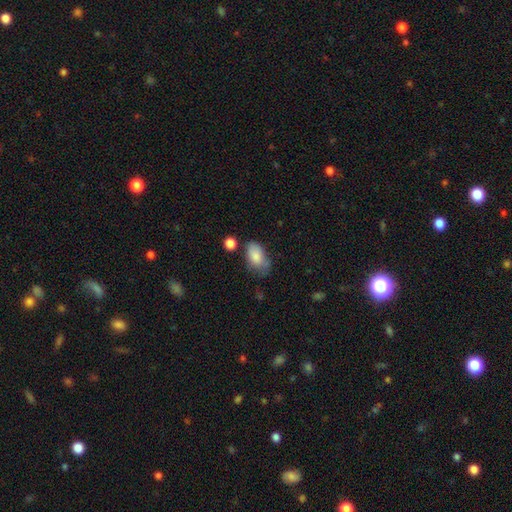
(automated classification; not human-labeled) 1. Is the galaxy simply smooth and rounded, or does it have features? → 81% smooth, 12% featured or disk, 7% star or artifact.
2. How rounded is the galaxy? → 91% in between, 8% round, 2% cigar-shaped.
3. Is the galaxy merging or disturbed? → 48% none, 33% minor disturbance, 12% major disturbance, 7% merger.